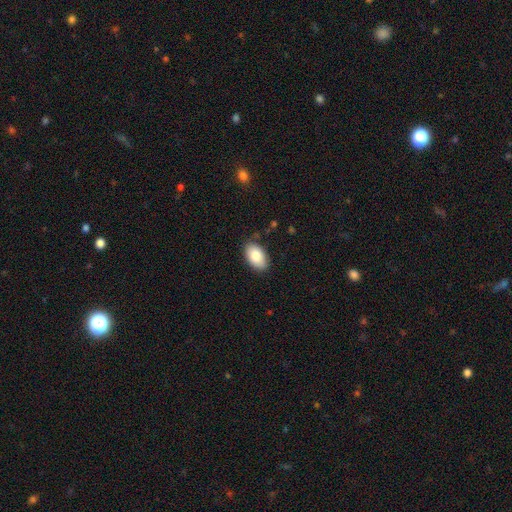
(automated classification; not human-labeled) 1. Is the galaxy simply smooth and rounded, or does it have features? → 83% smooth, 10% featured or disk, 7% star or artifact.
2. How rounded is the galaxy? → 93% in between, 6% round, 1% cigar-shaped.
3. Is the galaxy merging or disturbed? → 85% none, 11% minor disturbance, 2% major disturbance, 1% merger.